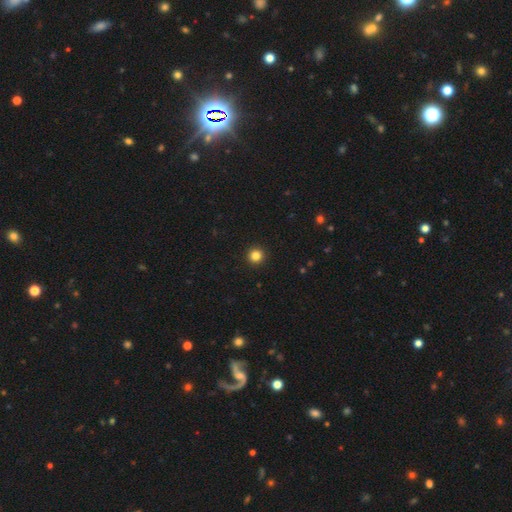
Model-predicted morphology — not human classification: A smooth galaxy with no disk features (83%) that is round (95%). Merging: none (94%).